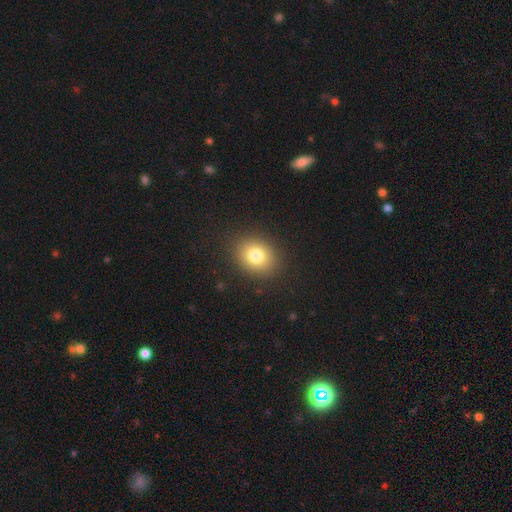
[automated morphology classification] smooth-or-featured: smooth: 79% | star or artifact: 12% | featured or disk: 9%
  how-rounded: round: 57% | in between: 42% | cigar-shaped: 1%
  merging: none: 89% | minor disturbance: 7% | major disturbance: 3% | merger: 1%